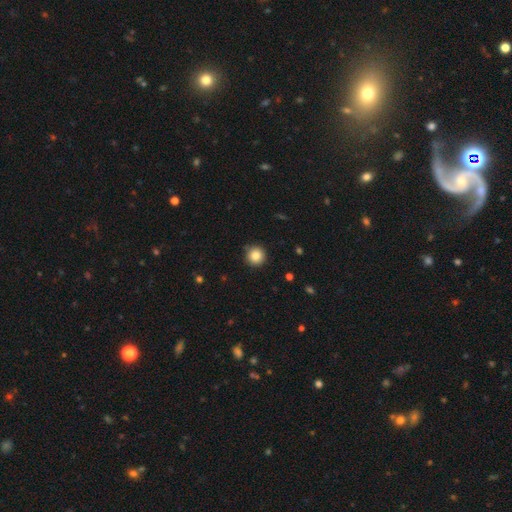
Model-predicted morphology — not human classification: A smooth galaxy with no disk features (85%) that is round (96%). Merging: none (89%).